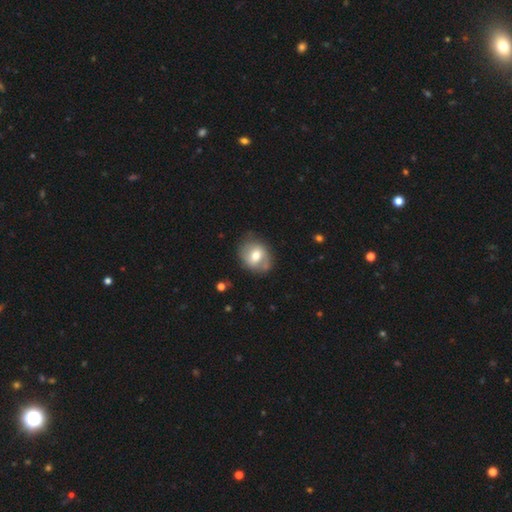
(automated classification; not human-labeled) Smooth or featured? smooth (56%)
How rounded? round (53%)
Merging? none (69%)